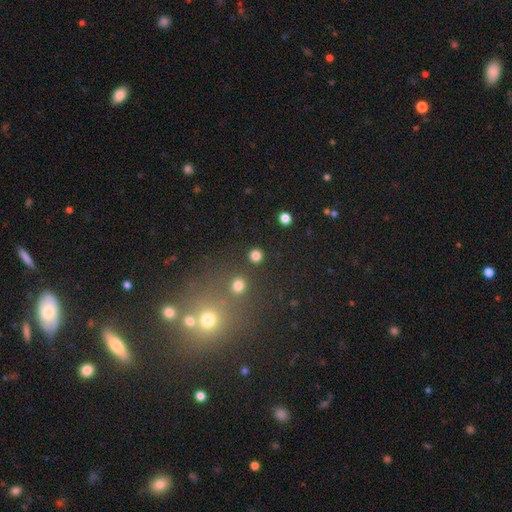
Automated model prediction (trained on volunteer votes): Smooth or featured?
  - smooth: 81% *
  - star or artifact: 15%
  - featured or disk: 4%
How rounded?
  - round: 94% *
  - in between: 5%
  - cigar-shaped: 1%
Merging?
  - none: 90% *
  - minor disturbance: 5%
  - merger: 3%
  - major disturbance: 2%